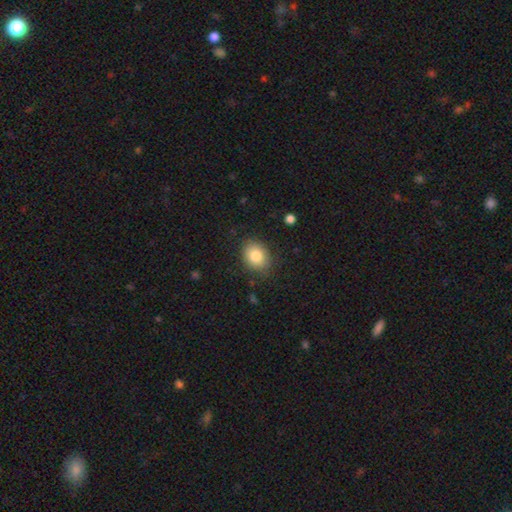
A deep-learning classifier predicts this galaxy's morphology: smooth-or-featured: smooth: 82% | star or artifact: 9% | featured or disk: 9%
  how-rounded: in between: 55% | round: 44% | cigar-shaped: 1%
  merging: none: 85% | minor disturbance: 11% | major disturbance: 3% | merger: 1%